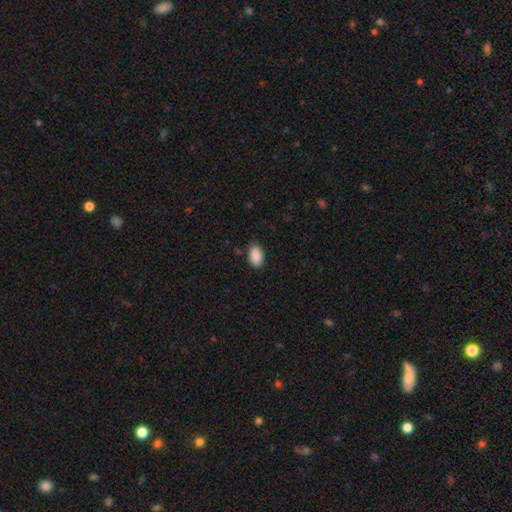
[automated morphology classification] type=smooth (90%); roundness=in between (92%); merging=none (84%).